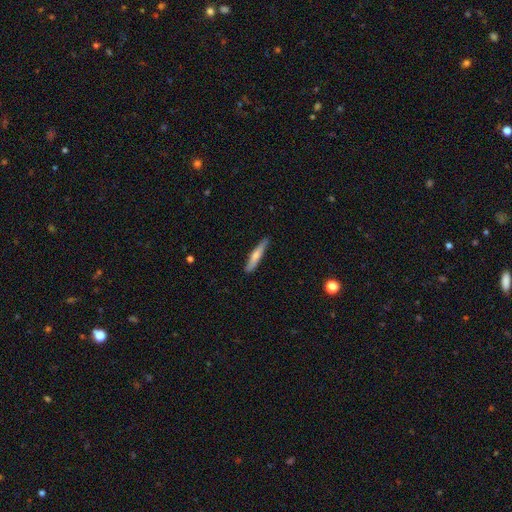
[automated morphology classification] smooth 64%, featured or disk 31%, star or artifact 5%. Down the decision tree: how rounded — cigar-shaped (91%); merging — none (85%).